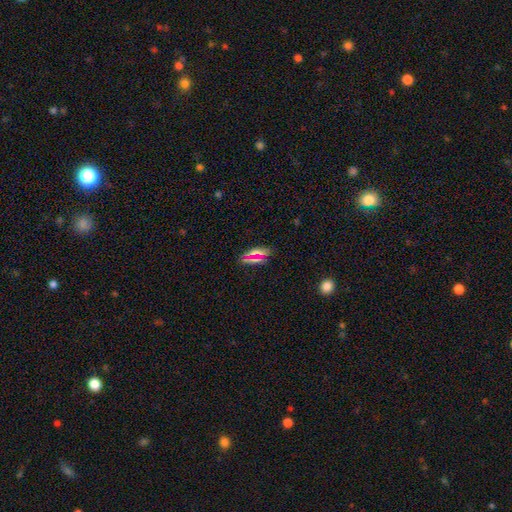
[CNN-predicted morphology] Smooth or featured? smooth (64%)
How rounded? in between (78%)
Merging? none (78%)